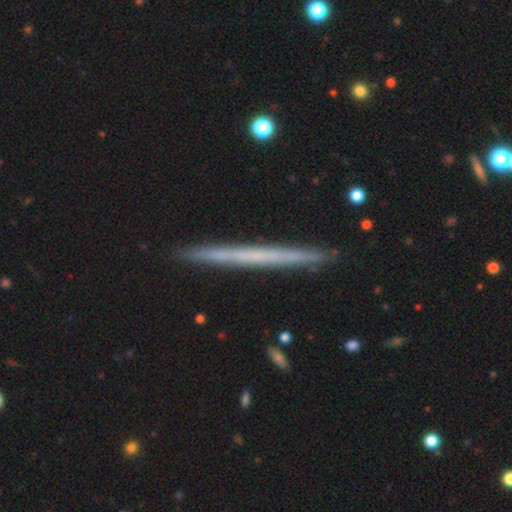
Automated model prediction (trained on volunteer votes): Smooth or featured?
  - featured or disk: 55% *
  - smooth: 39%
  - star or artifact: 6%
Edge-on disk?
  - yes: 97% *
  - no: 3%
Edge-on bulge?
  - none: 93% *
  - rounded: 5%
  - boxy: 2%
Merging?
  - none: 91% *
  - minor disturbance: 6%
  - merger: 1%
  - major disturbance: 1%